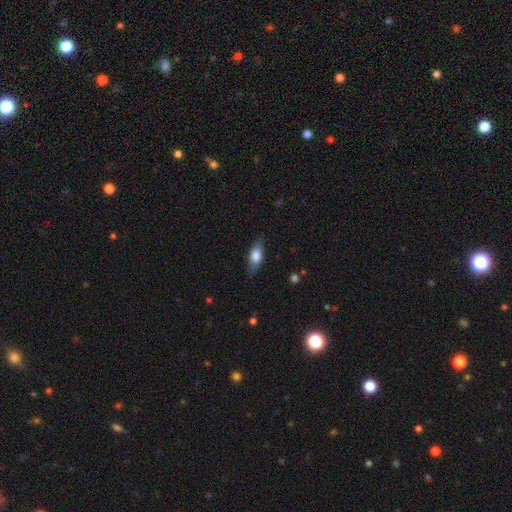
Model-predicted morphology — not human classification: Smooth or featured? smooth (73%)
How rounded? in between (78%)
Merging? none (80%)